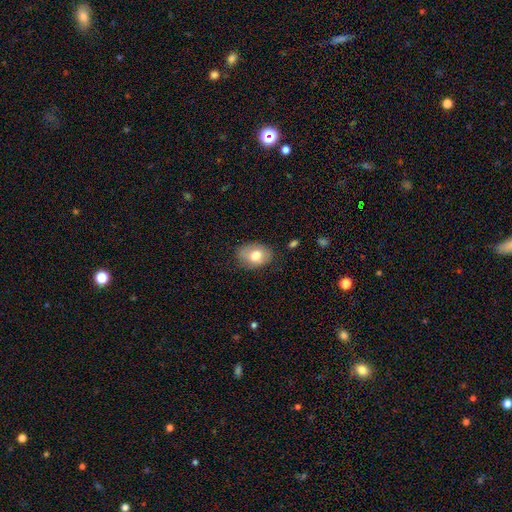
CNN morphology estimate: smooth-or-featured: smooth: 74% | featured or disk: 19% | star or artifact: 7%
  how-rounded: in between: 81% | round: 18% | cigar-shaped: 1%
  merging: none: 75% | minor disturbance: 19% | major disturbance: 4% | merger: 2%